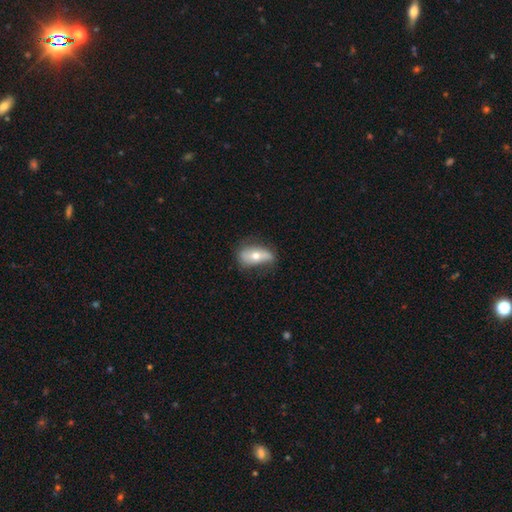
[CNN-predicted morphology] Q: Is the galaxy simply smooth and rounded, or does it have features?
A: smooth — 53%.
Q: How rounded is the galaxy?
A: in between — 84%.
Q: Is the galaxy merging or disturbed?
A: none — 57%.